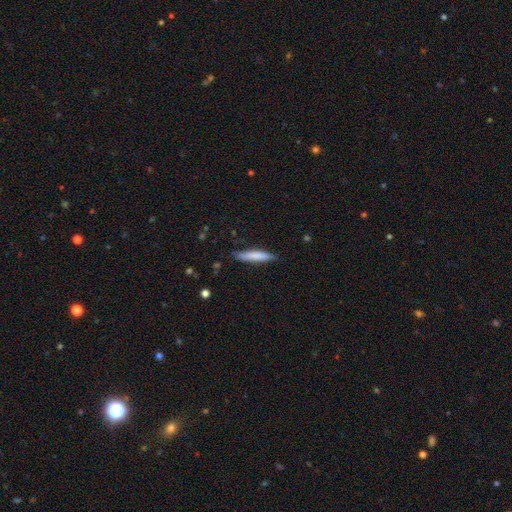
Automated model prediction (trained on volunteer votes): Smooth or featured?
  - smooth: 77% *
  - featured or disk: 18%
  - star or artifact: 5%
How rounded?
  - cigar-shaped: 87% *
  - in between: 12%
  - round: 1%
Merging?
  - none: 83% *
  - minor disturbance: 13%
  - major disturbance: 2%
  - merger: 1%